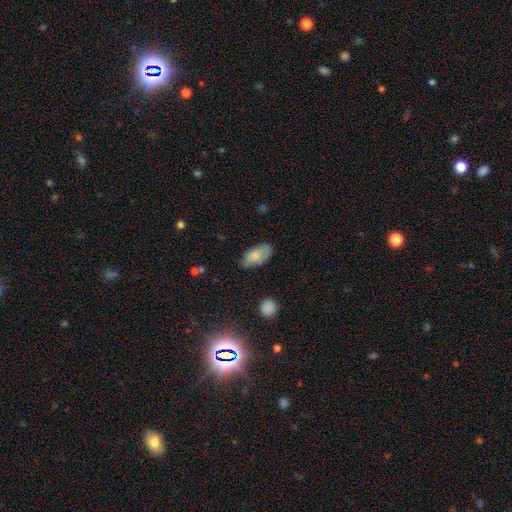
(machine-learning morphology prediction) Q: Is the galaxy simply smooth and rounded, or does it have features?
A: smooth — 80%.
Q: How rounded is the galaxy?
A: in between — 93%.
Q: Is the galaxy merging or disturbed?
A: none — 64%.